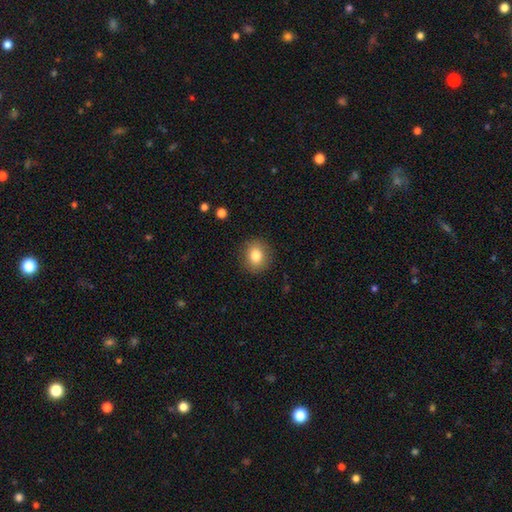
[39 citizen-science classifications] Q: Smooth or featured?
A: smooth (87%); runner-up: featured or disk (10%)
Q: How rounded?
A: round (82%); runner-up: in between (18%)
Q: Merging?
A: none (95%); runner-up: minor disturbance (5%)